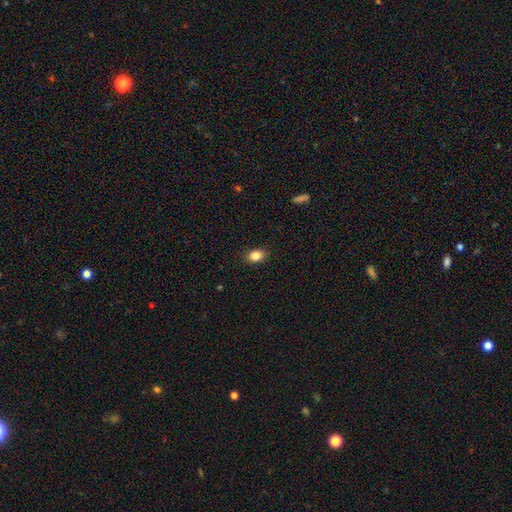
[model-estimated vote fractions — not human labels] Morphology: type=smooth (85%); roundness=in between (75%); merging=none (89%).